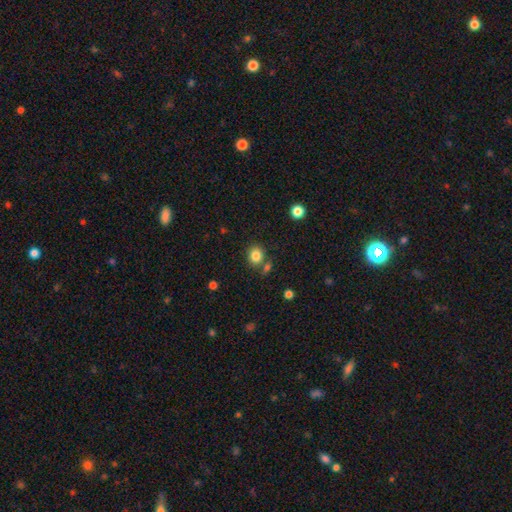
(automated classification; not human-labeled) A smooth galaxy with no disk features (84%) that is round (75%). Merging: none (74%).